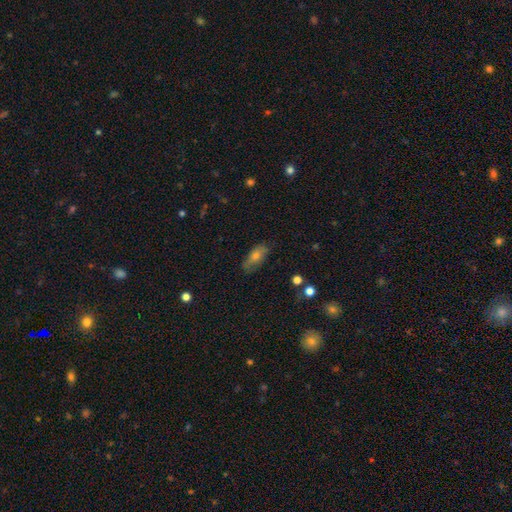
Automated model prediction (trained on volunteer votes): smooth 57%, featured or disk 31%, star or artifact 12%. Down the decision tree: how rounded — in between (74%); merging — none (77%).